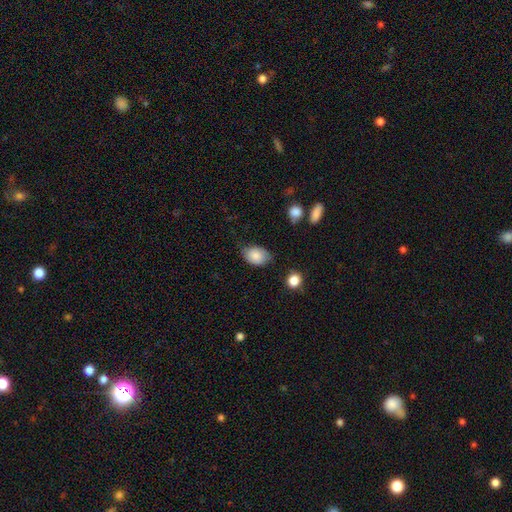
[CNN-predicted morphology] smooth-or-featured: smooth: 83% | featured or disk: 9% | star or artifact: 7%
  how-rounded: in between: 79% | round: 20% | cigar-shaped: 1%
  merging: none: 65% | minor disturbance: 27% | major disturbance: 6% | merger: 2%